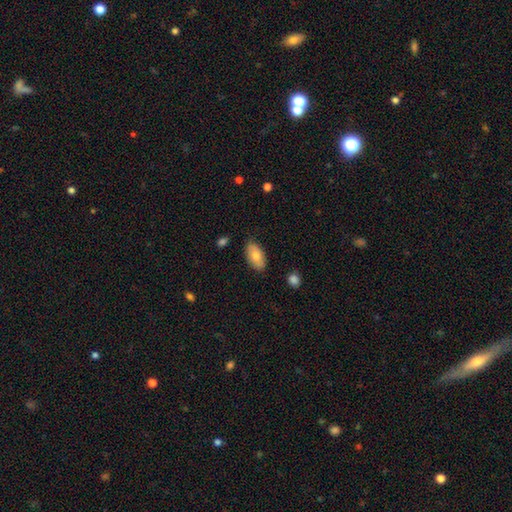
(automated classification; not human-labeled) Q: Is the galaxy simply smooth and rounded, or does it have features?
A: smooth — 79%.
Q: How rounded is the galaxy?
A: in between — 94%.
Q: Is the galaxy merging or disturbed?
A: none — 84%.